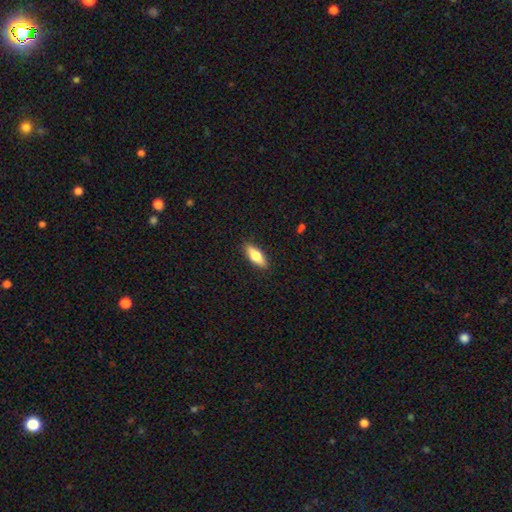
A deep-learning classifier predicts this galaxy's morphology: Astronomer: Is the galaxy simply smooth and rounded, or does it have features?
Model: smooth — 65%.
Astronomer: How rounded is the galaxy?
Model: in between — 58% (runner-up: cigar-shaped, 39%).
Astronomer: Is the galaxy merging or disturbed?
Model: none — 89%.